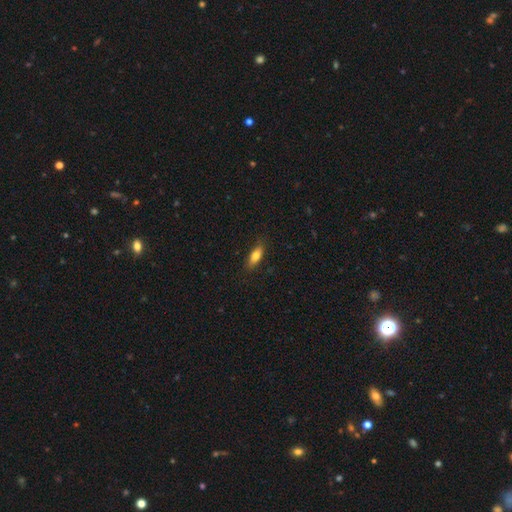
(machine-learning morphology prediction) Smooth or featured?
  - smooth: 78% *
  - featured or disk: 15%
  - star or artifact: 7%
How rounded?
  - in between: 68% *
  - cigar-shaped: 30%
  - round: 3%
Merging?
  - none: 85% *
  - minor disturbance: 12%
  - major disturbance: 3%
  - merger: 1%